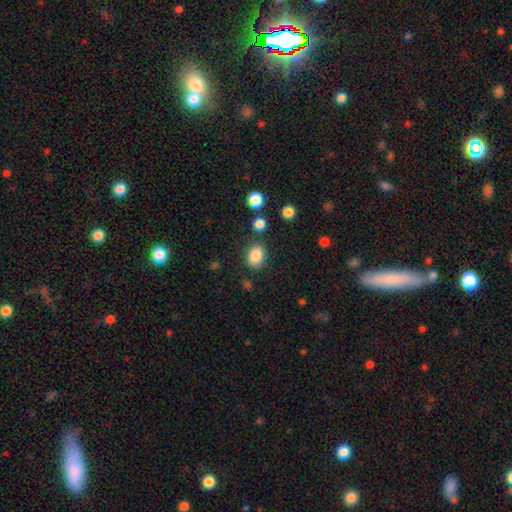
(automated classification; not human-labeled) Q: Smooth or featured?
A: smooth (85%); runner-up: star or artifact (9%)
Q: How rounded?
A: in between (75%); runner-up: round (24%)
Q: Merging?
A: none (80%); runner-up: minor disturbance (12%)